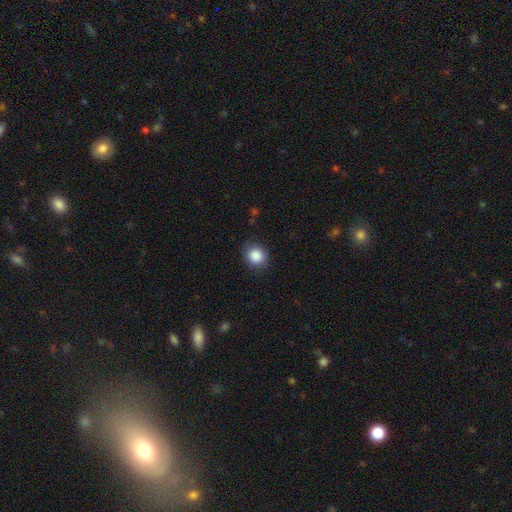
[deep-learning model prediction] The model was most divided on "how rounded": round: 85%, in between: 15%, cigar-shaped: 1%. More confident: smooth or featured — smooth (87%); merging — none (84%).